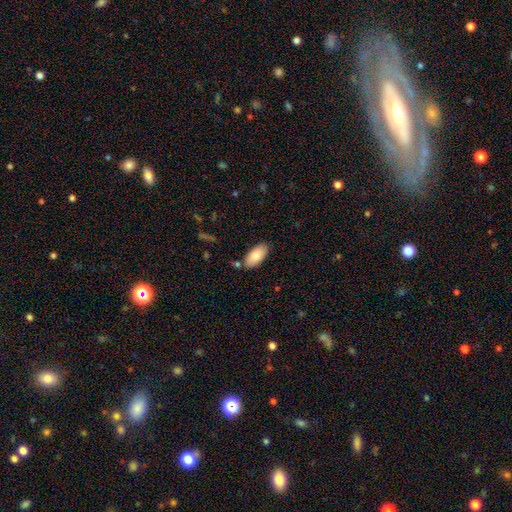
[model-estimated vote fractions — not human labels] smooth-or-featured: smooth: 84% | featured or disk: 10% | star or artifact: 6%
  how-rounded: in between: 94% | cigar-shaped: 4% | round: 2%
  merging: none: 81% | minor disturbance: 12% | merger: 4% | major disturbance: 2%